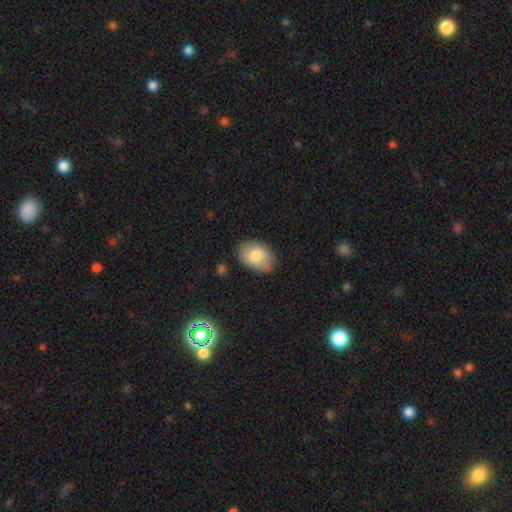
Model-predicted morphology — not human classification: smooth-or-featured: smooth: 77% | featured or disk: 16% | star or artifact: 7%
  how-rounded: in between: 82% | round: 17% | cigar-shaped: 1%
  merging: none: 77% | minor disturbance: 18% | major disturbance: 3% | merger: 2%